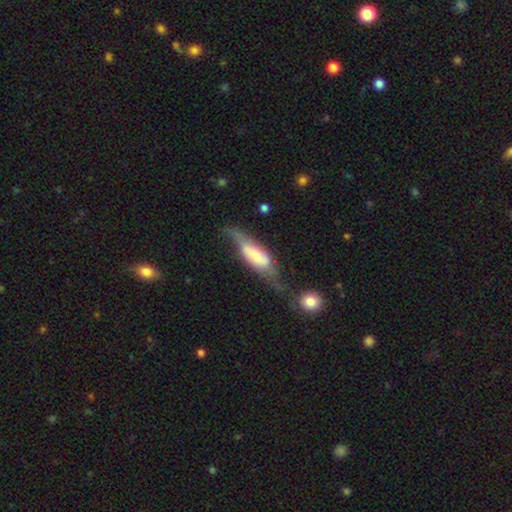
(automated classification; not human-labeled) Smooth or featured?
  - featured or disk: 53% *
  - smooth: 41%
  - star or artifact: 6%
Edge-on disk?
  - no: 60% *
  - yes: 40%
Merging?
  - major disturbance: 32% *
  - none: 31%
  - minor disturbance: 29%
  - merger: 8%